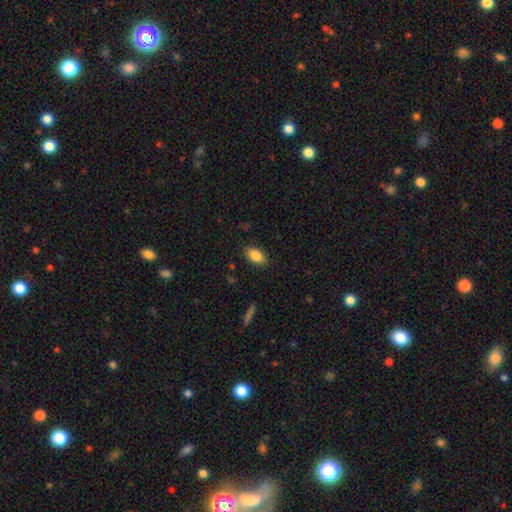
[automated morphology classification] This appears to be a smooth galaxy with no disk features (87%) that is in between round and cigar-shaped (91%). Merging: none (86%).